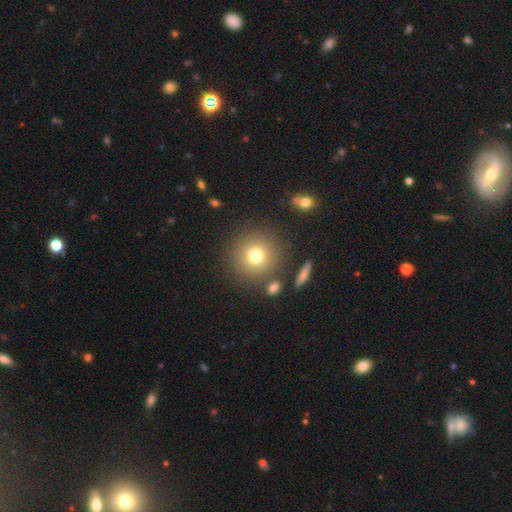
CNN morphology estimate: Smooth or featured?
  - smooth: 75% *
  - star or artifact: 14%
  - featured or disk: 11%
How rounded?
  - round: 94% *
  - in between: 5%
  - cigar-shaped: 1%
Merging?
  - none: 85% *
  - minor disturbance: 7%
  - merger: 5%
  - major disturbance: 3%